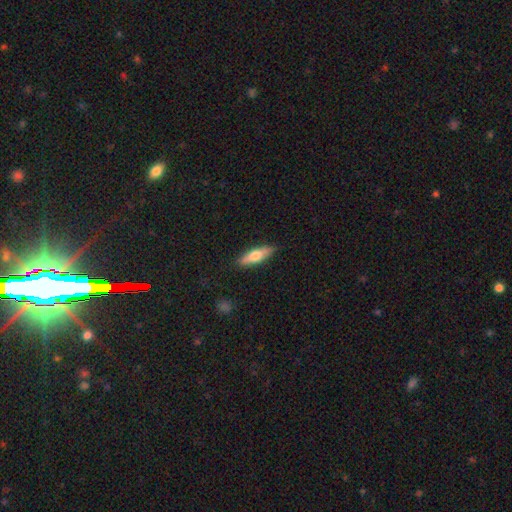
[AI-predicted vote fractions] Smooth or featured: smooth — 61% (featured or disk — 33%)
How rounded: cigar-shaped — 55% (in between — 43%)
Merging: none — 86% (minor disturbance — 11%)